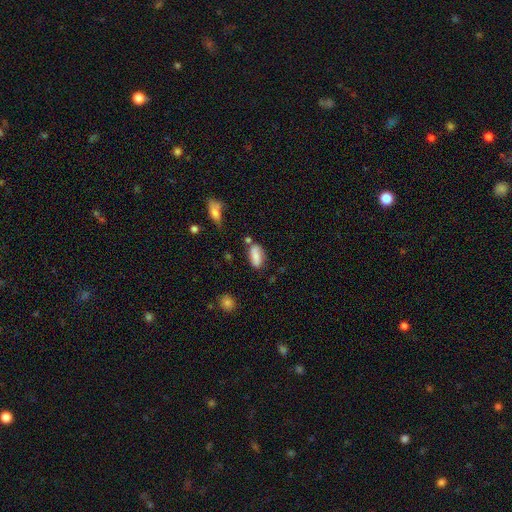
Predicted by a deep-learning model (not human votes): smooth 76%, featured or disk 16%, star or artifact 8%. Down the decision tree: how rounded — in between (87%); merging — none (63%).